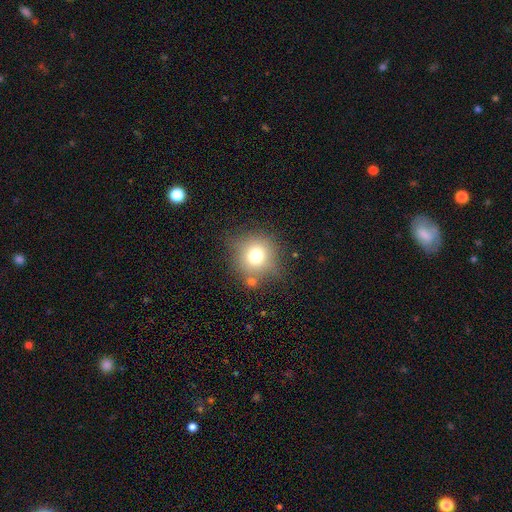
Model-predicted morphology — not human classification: Smooth or featured?
  - smooth: 73% *
  - star or artifact: 14%
  - featured or disk: 13%
How rounded?
  - round: 91% *
  - in between: 8%
  - cigar-shaped: 1%
Merging?
  - none: 75% *
  - minor disturbance: 14%
  - merger: 6%
  - major disturbance: 5%